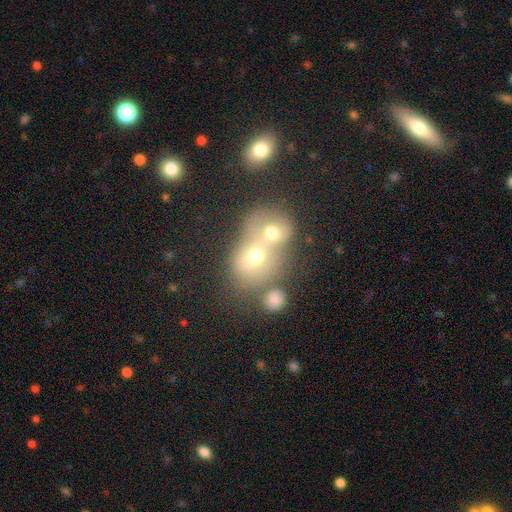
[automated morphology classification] type=smooth (56%); roundness=round (57%); merging=merger (65%).